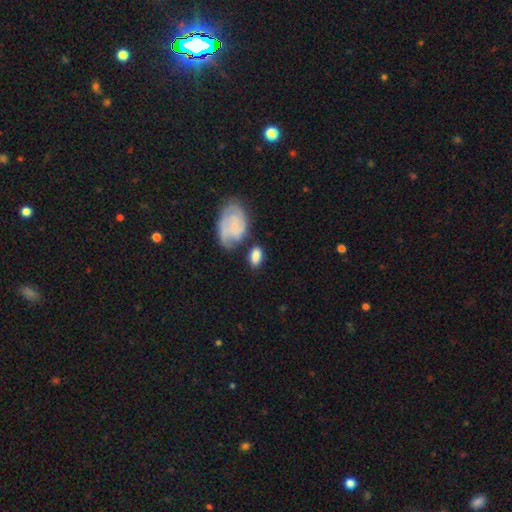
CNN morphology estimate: Q: Smooth or featured?
A: smooth (73%); runner-up: featured or disk (20%)
Q: How rounded?
A: in between (88%); runner-up: round (10%)
Q: Merging?
A: none (59%); runner-up: minor disturbance (20%)